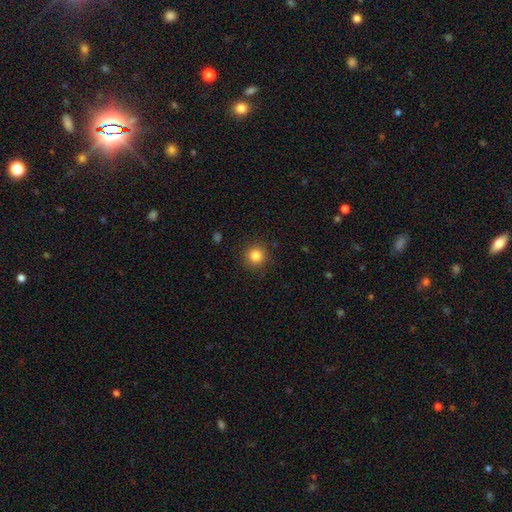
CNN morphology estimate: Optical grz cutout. It shows a smooth galaxy with no disk features (84%) that is round (94%). Merging: none (90%).